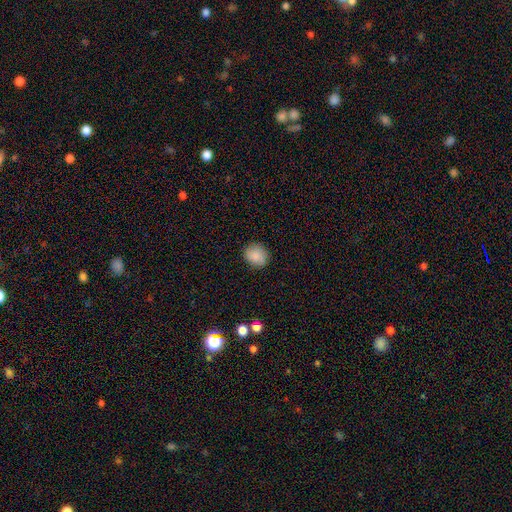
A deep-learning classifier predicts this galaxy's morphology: Smooth or featured? smooth (87%)
How rounded? round (70%)
Merging? none (86%)